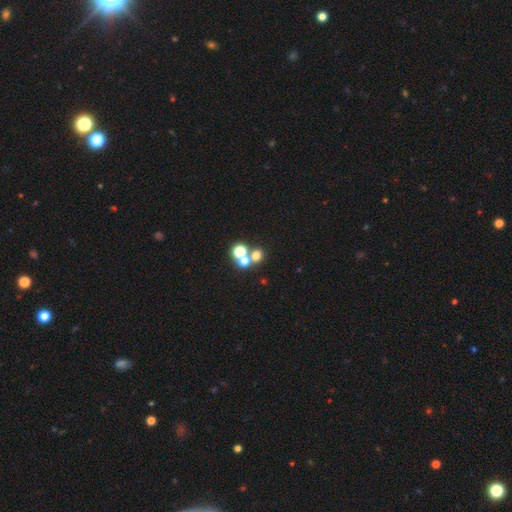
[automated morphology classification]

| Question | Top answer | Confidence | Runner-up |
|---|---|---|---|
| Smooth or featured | smooth | 64% | star or artifact (23%) |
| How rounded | round | 78% | in between (21%) |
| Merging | none | 48% | merger (42%) |